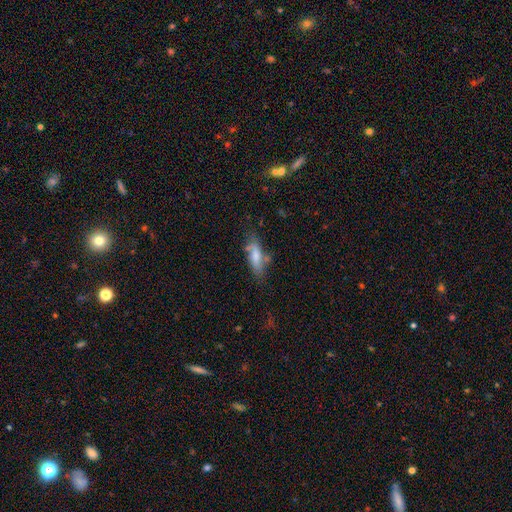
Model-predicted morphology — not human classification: The model was most divided on "how rounded": in between: 62%, cigar-shaped: 36%, round: 3%. More confident: smooth or featured — smooth (61%); merging — none (53%).